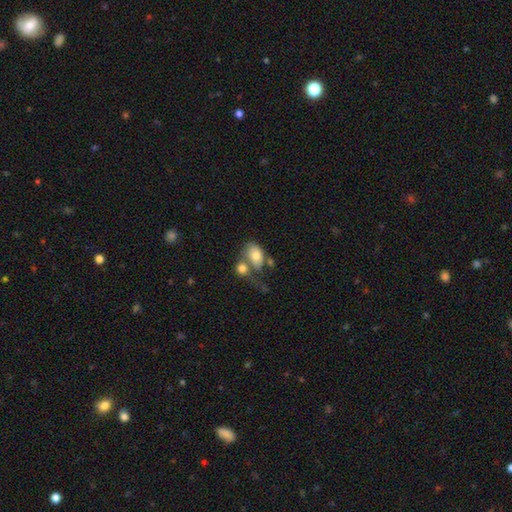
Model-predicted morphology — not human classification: smooth-or-featured: smooth: 72% | featured or disk: 20% | star or artifact: 8%
  how-rounded: in between: 77% | round: 21% | cigar-shaped: 2%
  merging: merger: 49% | none: 25% | minor disturbance: 13% | major disturbance: 13%